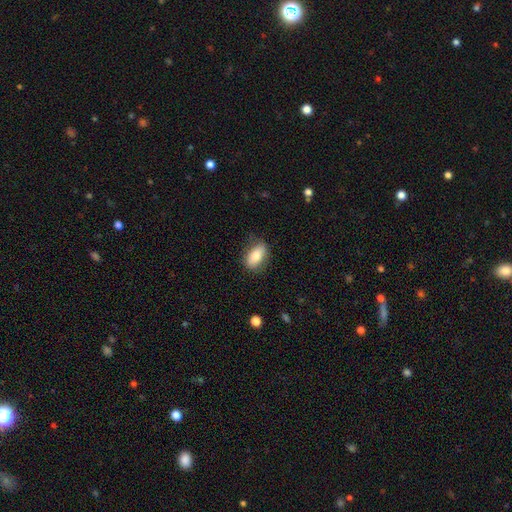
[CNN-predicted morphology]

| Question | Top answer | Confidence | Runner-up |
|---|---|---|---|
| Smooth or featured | smooth | 80% | featured or disk (14%) |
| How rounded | in between | 87% | cigar-shaped (7%) |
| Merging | none | 76% | minor disturbance (17%) |